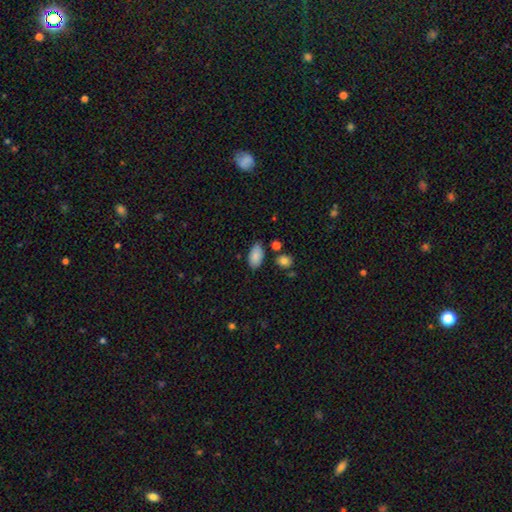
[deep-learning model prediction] Overall: smooth (87%). How rounded: in between (93%). Merging: none (75%).